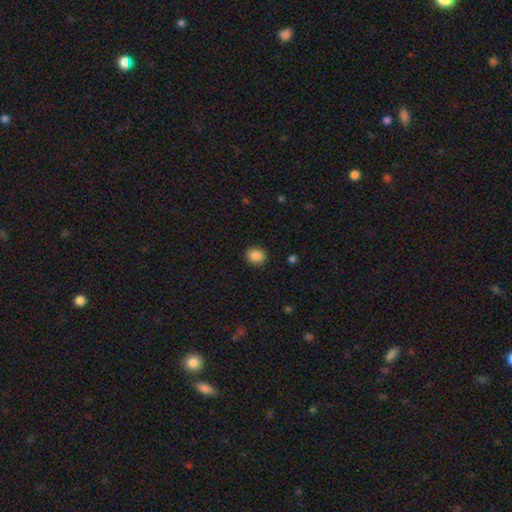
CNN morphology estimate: Smooth or featured?
  - smooth: 88% *
  - star or artifact: 9%
  - featured or disk: 3%
How rounded?
  - round: 60% *
  - in between: 39%
  - cigar-shaped: 1%
Merging?
  - none: 89% *
  - minor disturbance: 8%
  - major disturbance: 2%
  - merger: 1%